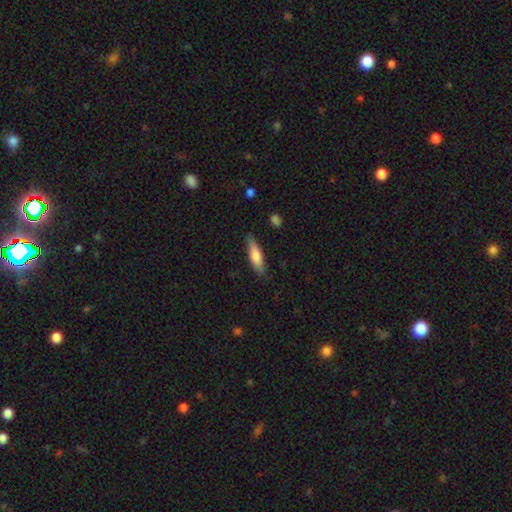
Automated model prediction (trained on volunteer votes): The model was most divided on "how rounded": cigar-shaped: 65%, in between: 33%, round: 2%. More confident: merging — none (83%); smooth or featured — smooth (71%).